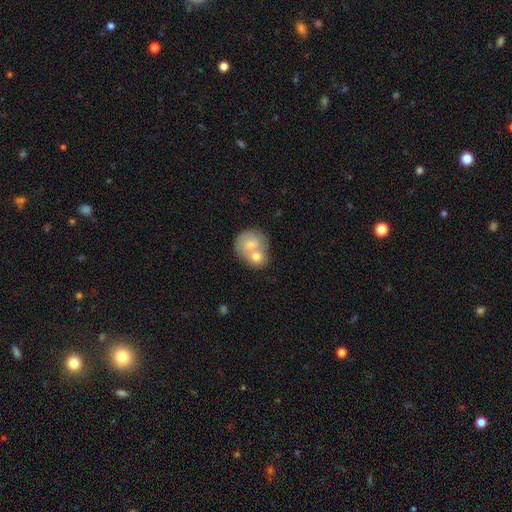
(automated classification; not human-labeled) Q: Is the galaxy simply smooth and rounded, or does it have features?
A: smooth — 52%.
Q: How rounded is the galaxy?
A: round — 77%.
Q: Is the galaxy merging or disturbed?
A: merger — 47%.